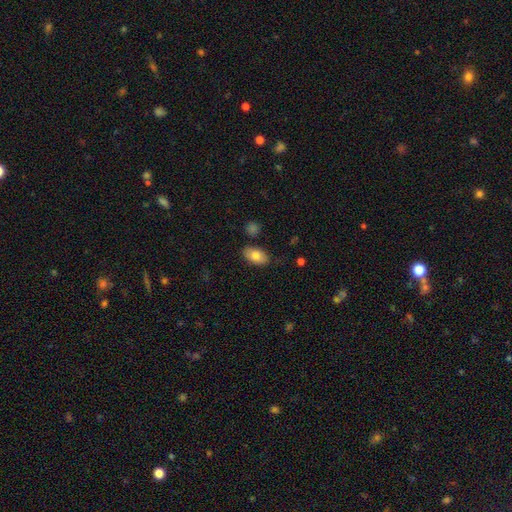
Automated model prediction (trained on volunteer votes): smooth_or_featured: smooth (p=0.78) [alt: featured or disk p=0.15]
how_rounded: in between (p=0.92) [alt: round p=0.06]
merging: none (p=0.83) [alt: minor disturbance p=0.12]